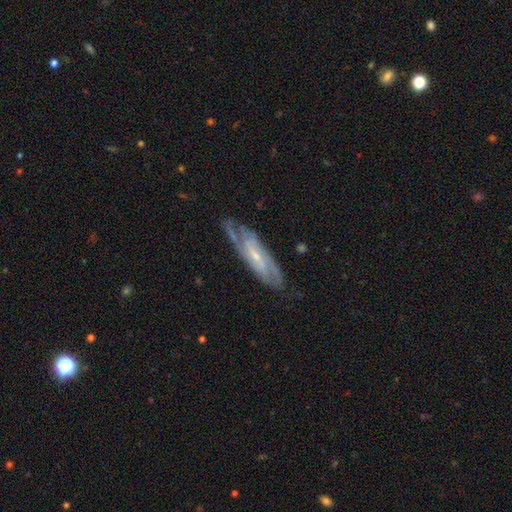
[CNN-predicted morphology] Overall: featured or disk (83%). Edge-on disk: no (82%). Bar: weak (43%; no 36%). Spiral arms: yes (94%). Spiral arm count: 2 (48%; can't tell 28%). Spiral winding: tight (47%; medium 41%). Bulge size: small (73%). Merging: none (74%).